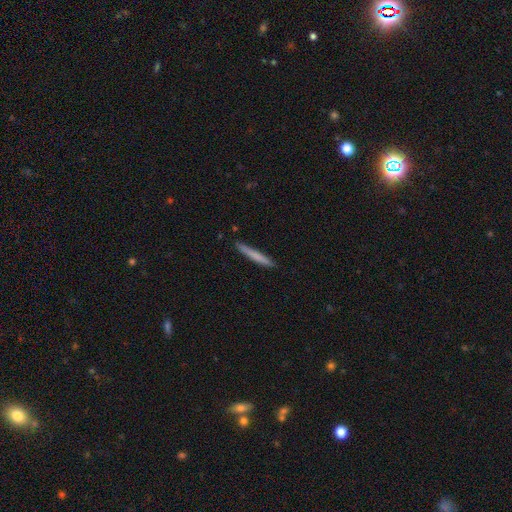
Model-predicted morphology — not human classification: smooth_or_featured: smooth (p=0.69) [alt: featured or disk p=0.26]
how_rounded: cigar-shaped (p=0.96) [alt: in between p=0.02]
merging: none (p=0.90) [alt: minor disturbance p=0.08]